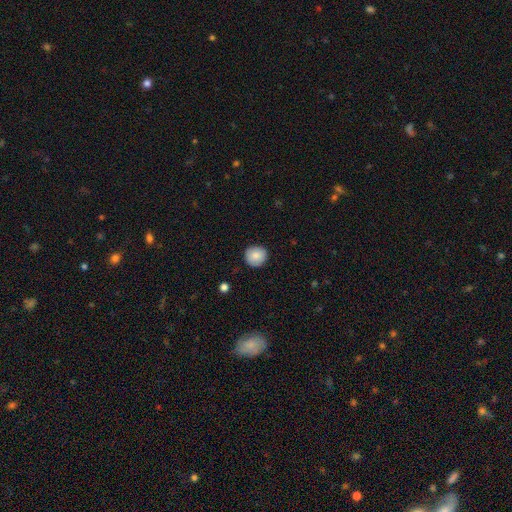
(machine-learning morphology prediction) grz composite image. It shows a smooth galaxy with no disk features (85%) that is round (93%). Merging: none (89%).